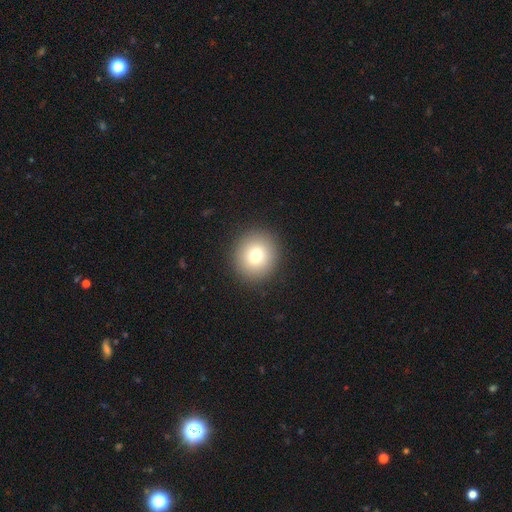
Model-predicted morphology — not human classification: This appears to be a smooth galaxy with no disk features (76%) that is round (91%). Merging: none (91%).